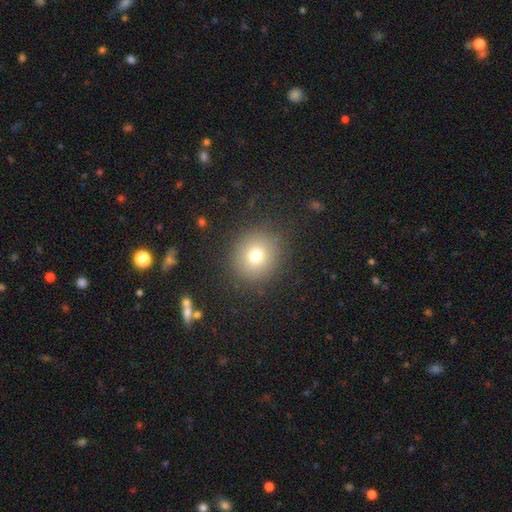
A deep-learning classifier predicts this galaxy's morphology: Q: Smooth or featured?
A: smooth (74%); runner-up: star or artifact (15%)
Q: How rounded?
A: round (86%); runner-up: in between (13%)
Q: Merging?
A: none (88%); runner-up: minor disturbance (7%)